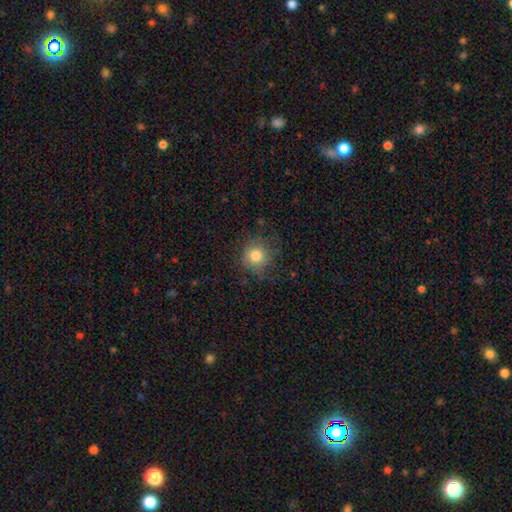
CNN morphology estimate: Smooth or featured? Predicted: smooth (p=0.80). How rounded? Predicted: round (p=0.89). Merging? Predicted: none (p=0.75).